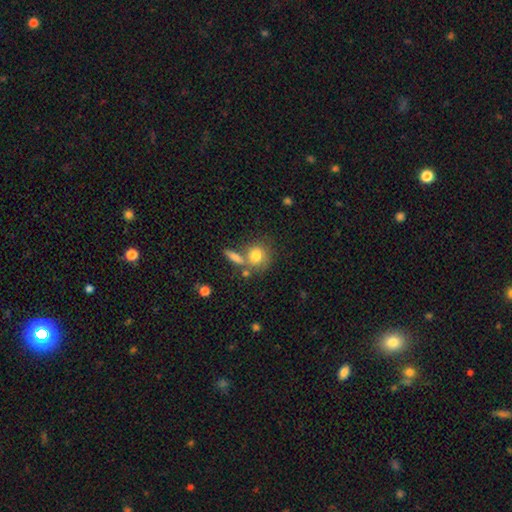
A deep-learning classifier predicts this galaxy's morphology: smooth 79%, featured or disk 12%, star or artifact 9%. Down the decision tree: how rounded — round (77%); merging — none (54%).